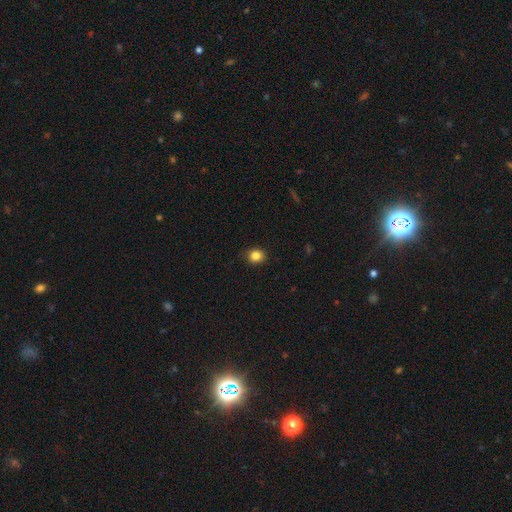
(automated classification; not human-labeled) Smooth or featured? Predicted: smooth (p=0.84). How rounded? Predicted: round (p=0.73). Merging? Predicted: none (p=0.88).